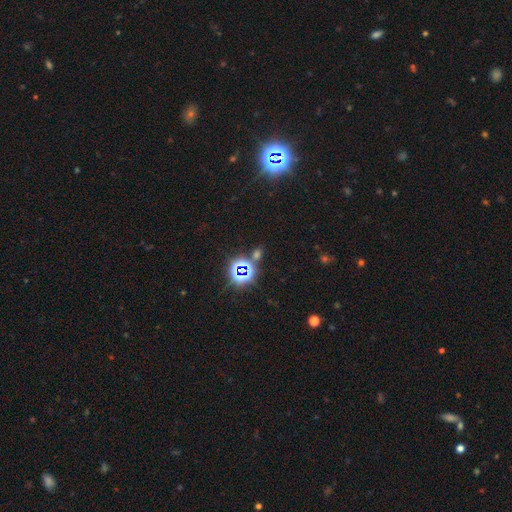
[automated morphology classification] star or artifact 73%, smooth 19%, featured or disk 8%.